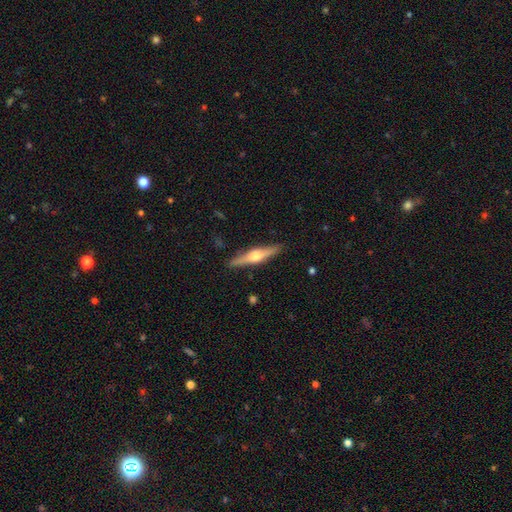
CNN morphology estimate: A featured or disk galaxy (71%) viewed edge-on (98%) with a rounded central bulge (93%).

Vote fractions:
- Smooth or featured? featured or disk: 71% / smooth: 24% / star or artifact: 5%
- Edge-on disk? yes: 98% / no: 2%
- Edge-on bulge? rounded: 93% / boxy: 5% / none: 2%
- Merging? none: 90% / minor disturbance: 7% / major disturbance: 2% / merger: 1%